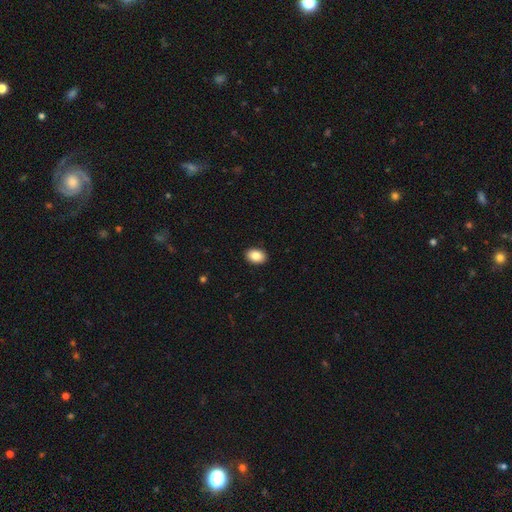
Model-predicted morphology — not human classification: Q: Smooth or featured?
A: smooth (86%); runner-up: star or artifact (7%)
Q: How rounded?
A: in between (84%); runner-up: round (15%)
Q: Merging?
A: none (91%); runner-up: minor disturbance (6%)